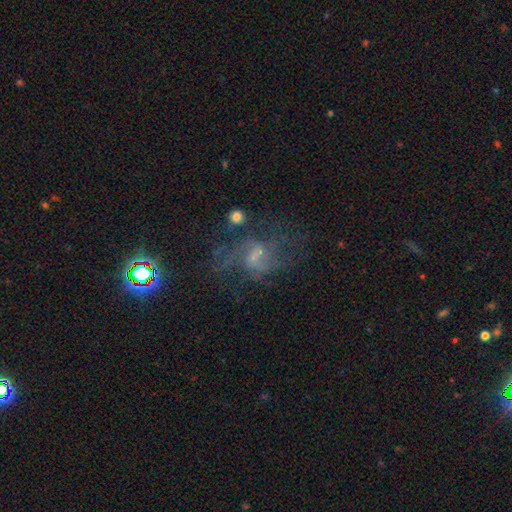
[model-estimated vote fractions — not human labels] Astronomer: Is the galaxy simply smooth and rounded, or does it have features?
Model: featured or disk — 57%.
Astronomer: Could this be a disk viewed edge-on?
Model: no — 96%.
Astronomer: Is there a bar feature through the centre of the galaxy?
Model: weak — 45% (runner-up: no, 42%).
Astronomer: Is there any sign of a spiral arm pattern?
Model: yes — 61% (runner-up: no, 39%).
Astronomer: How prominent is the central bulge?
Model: small — 37% (runner-up: none, 36%).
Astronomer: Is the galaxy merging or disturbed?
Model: none — 48% (runner-up: major disturbance, 29%).